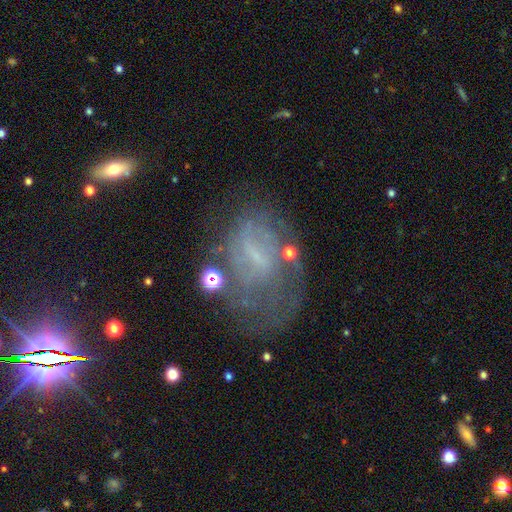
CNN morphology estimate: smooth_or_featured: featured or disk (p=0.61) [alt: smooth p=0.23]
disk_edge_on: no (p=0.96) [alt: yes p=0.04]
bar: weak (p=0.45) [alt: no p=0.39]
has_spiral_arms: yes (p=0.57) [alt: no p=0.43]
bulge_size: small (p=0.47) [alt: none p=0.37]
merging: none (p=0.43) [alt: major disturbance p=0.28]